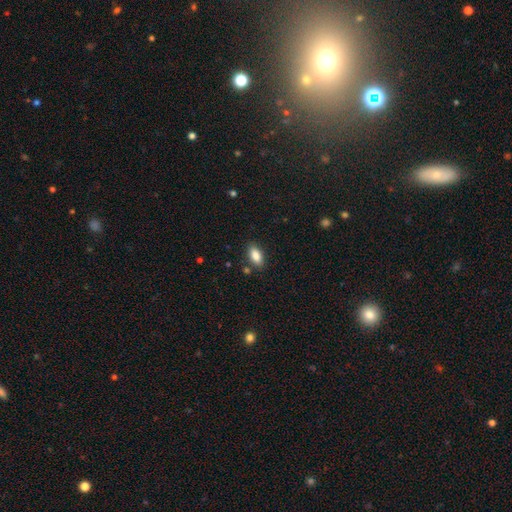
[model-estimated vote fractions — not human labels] smooth 86%, star or artifact 8%, featured or disk 6%. Down the decision tree: how rounded — in between (90%); merging — none (84%).